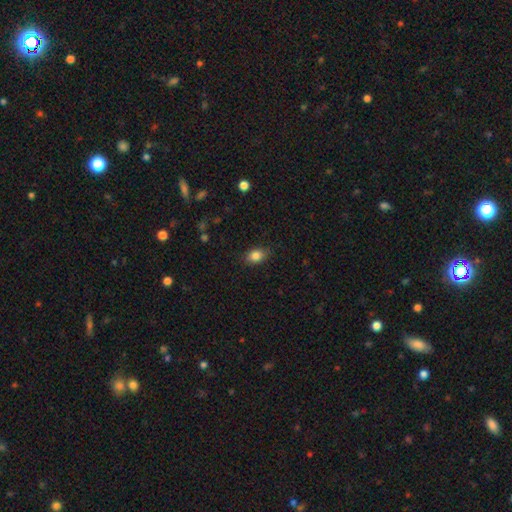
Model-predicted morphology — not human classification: Smooth or featured?
  - smooth: 84% *
  - star or artifact: 9%
  - featured or disk: 7%
How rounded?
  - in between: 77% *
  - round: 21%
  - cigar-shaped: 2%
Merging?
  - none: 84% *
  - minor disturbance: 12%
  - major disturbance: 3%
  - merger: 1%